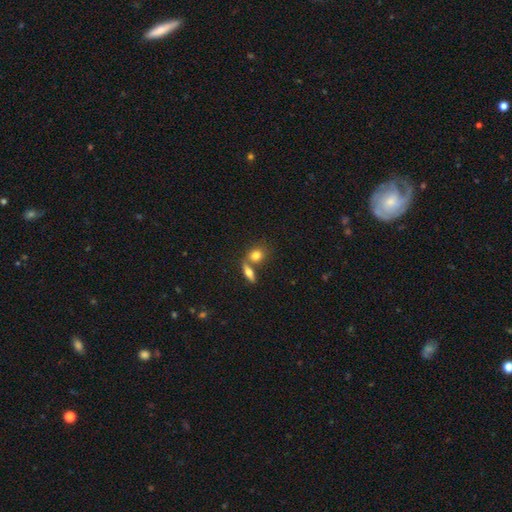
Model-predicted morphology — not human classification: type=smooth (78%); roundness=round (50%); merging=none (50%).